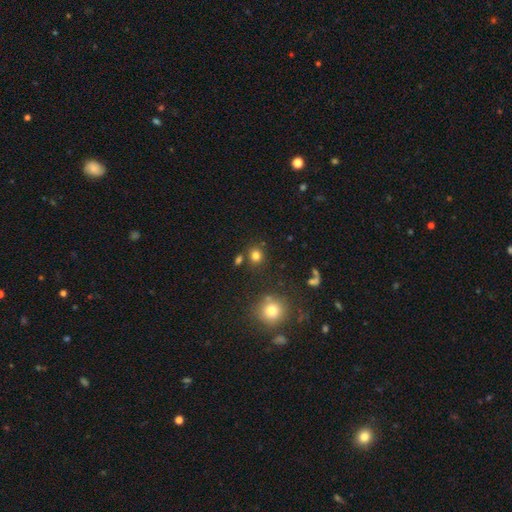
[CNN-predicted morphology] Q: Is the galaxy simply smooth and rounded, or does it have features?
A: smooth — 78%.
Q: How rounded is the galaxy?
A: round — 85%.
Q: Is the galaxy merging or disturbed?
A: none — 80%.